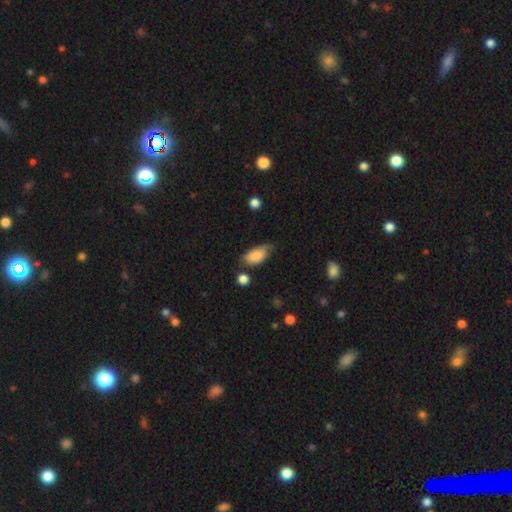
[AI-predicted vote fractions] Q: Smooth or featured?
A: smooth (84%); runner-up: featured or disk (9%)
Q: How rounded?
A: in between (91%); runner-up: cigar-shaped (5%)
Q: Merging?
A: none (49%); runner-up: minor disturbance (37%)